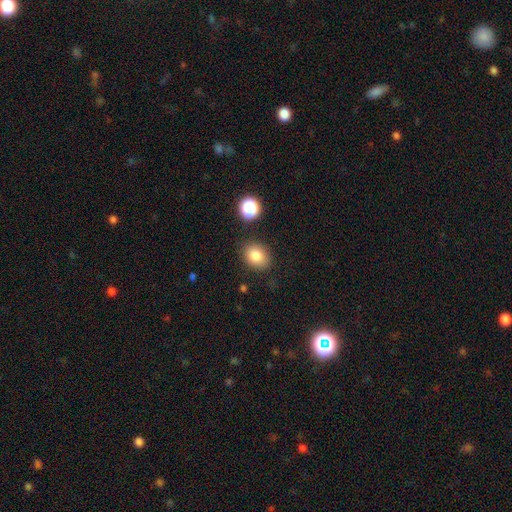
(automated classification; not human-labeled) A smooth galaxy with no disk features (82%) that is round (57%). Merging: none (83%).